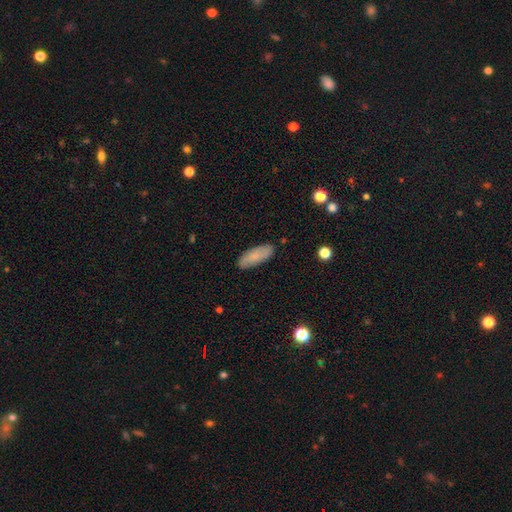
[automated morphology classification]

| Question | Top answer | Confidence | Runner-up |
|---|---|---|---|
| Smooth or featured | smooth | 78% | featured or disk (15%) |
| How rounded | in between | 69% | cigar-shaped (29%) |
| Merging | none | 86% | minor disturbance (11%) |